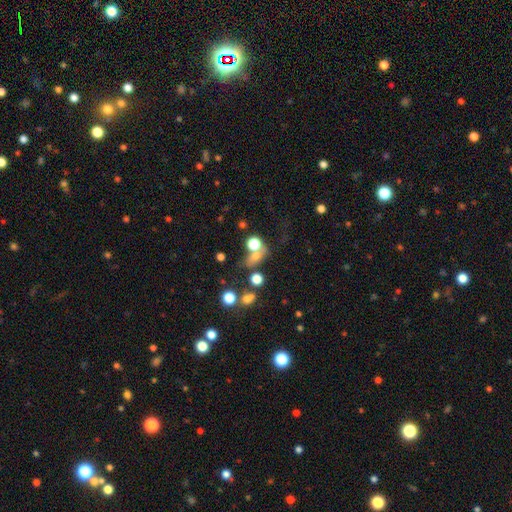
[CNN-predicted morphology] smooth_or_featured: smooth (p=0.61) [alt: star or artifact p=0.24]
how_rounded: round (p=0.50) [alt: in between p=0.46]
merging: none (p=0.47) [alt: merger p=0.29]